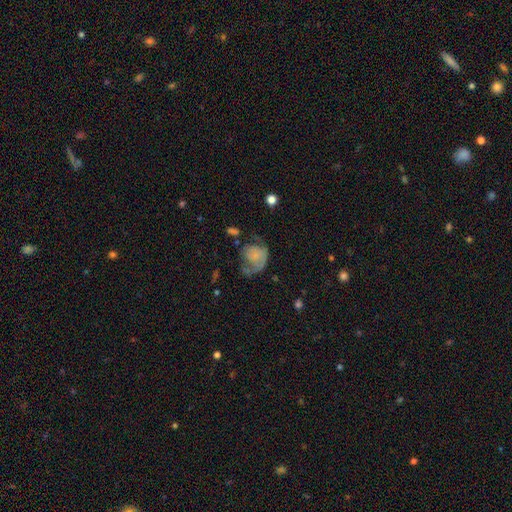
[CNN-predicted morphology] type=smooth (50%); merging=major disturbance (46%).